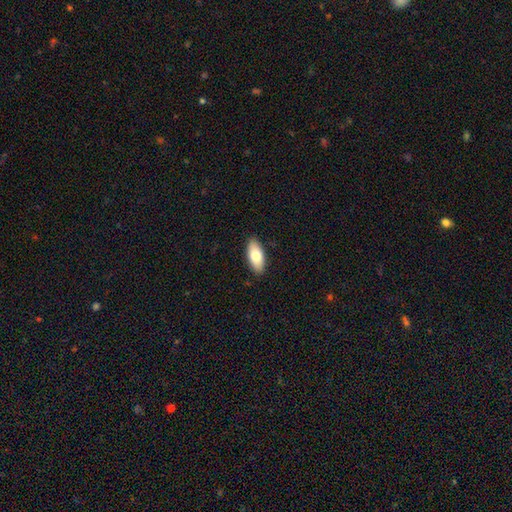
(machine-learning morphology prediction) type=smooth (79%); roundness=in between (87%); merging=none (89%).